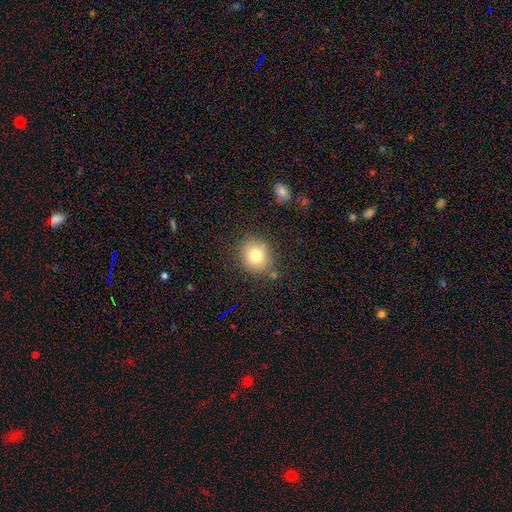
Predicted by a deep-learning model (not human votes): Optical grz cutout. It shows a smooth galaxy with no disk features (78%) that is round (78%). Merging: none (82%).